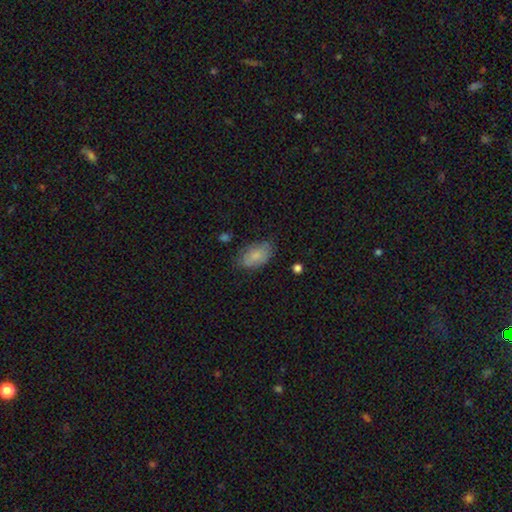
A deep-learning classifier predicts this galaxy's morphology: Q: Smooth or featured?
A: smooth (79%); runner-up: featured or disk (15%)
Q: How rounded?
A: in between (93%); runner-up: round (5%)
Q: Merging?
A: none (70%); runner-up: minor disturbance (23%)